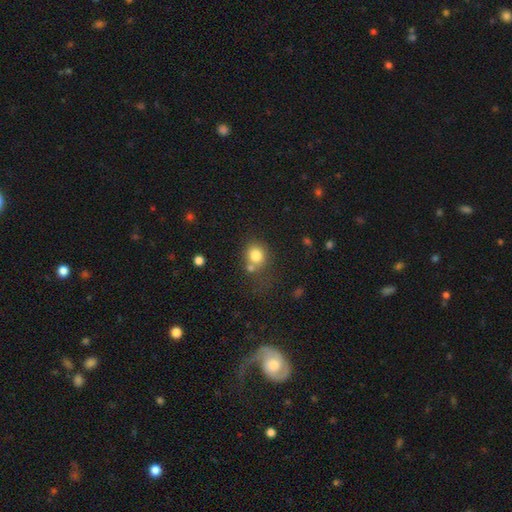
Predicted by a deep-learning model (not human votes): Q: Smooth or featured?
A: smooth (79%); runner-up: star or artifact (11%)
Q: How rounded?
A: round (76%); runner-up: in between (24%)
Q: Merging?
A: none (56%); runner-up: merger (23%)